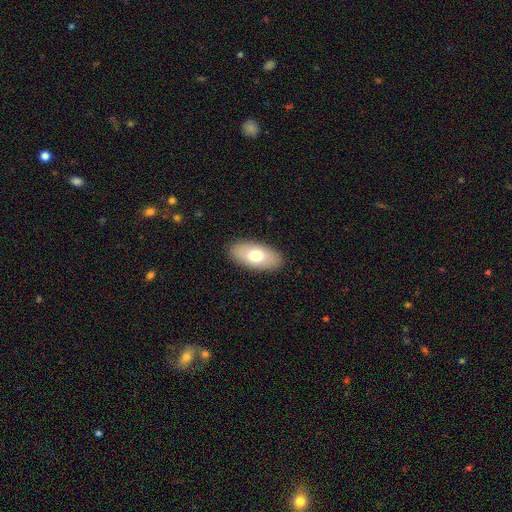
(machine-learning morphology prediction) This is likely a smooth galaxy (72%). How rounded: clearly in between (92%). Merging: clearly none (89%).